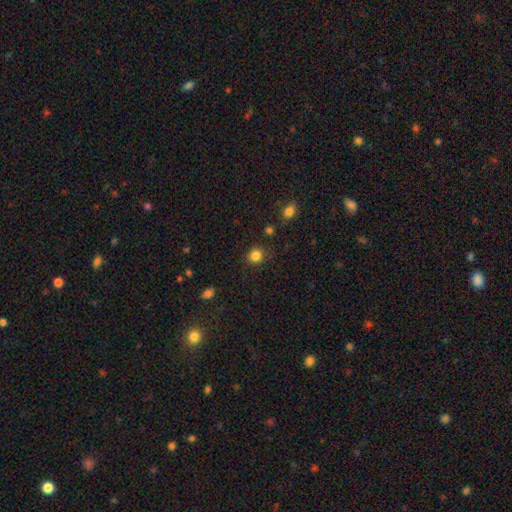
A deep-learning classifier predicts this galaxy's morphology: Smooth or featured? Predicted: smooth (p=0.84). How rounded? Predicted: round (p=0.86). Merging? Predicted: none (p=0.84).